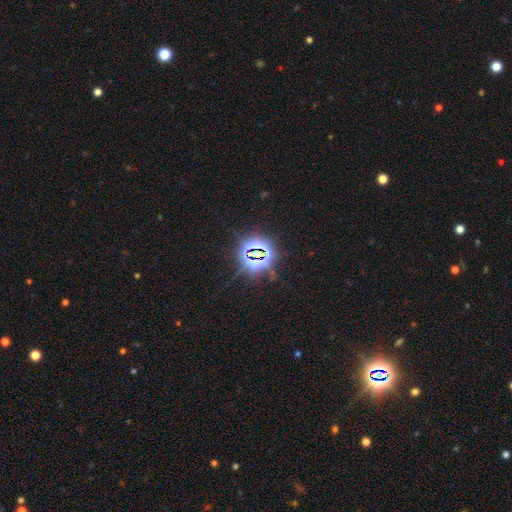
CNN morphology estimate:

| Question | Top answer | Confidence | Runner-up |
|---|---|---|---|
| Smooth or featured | star or artifact | 80% | smooth (12%) |